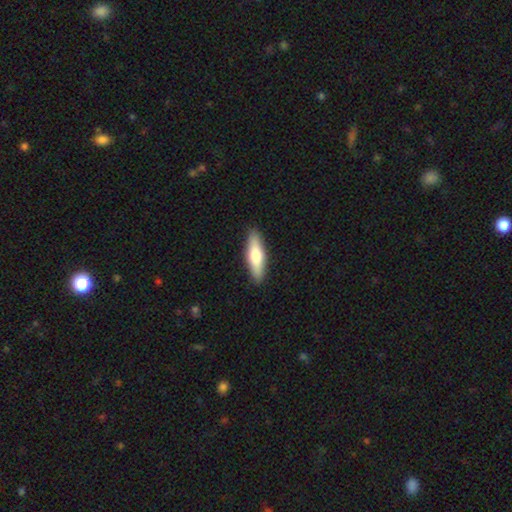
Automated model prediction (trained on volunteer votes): This is likely a smooth galaxy (66%). How rounded: likely cigar-shaped (62%). Merging: clearly none (89%).